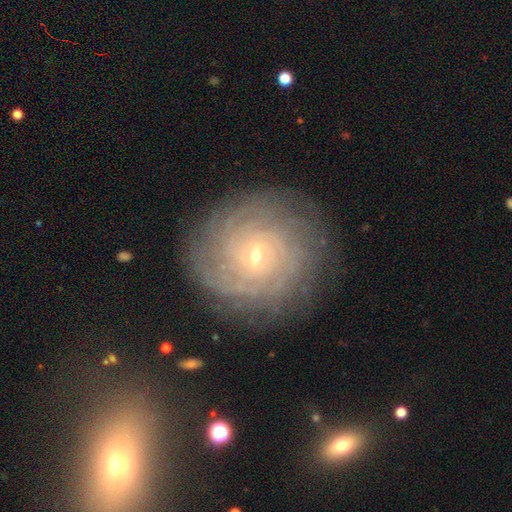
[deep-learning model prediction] Morphology: type=featured or disk (83%); edge-on=no (97%); bar=weak (49%); spiral arms=yes (95%); winding=tight (85%); arm count=can't tell (38%); bulge=small (74%); merging=none (82%).